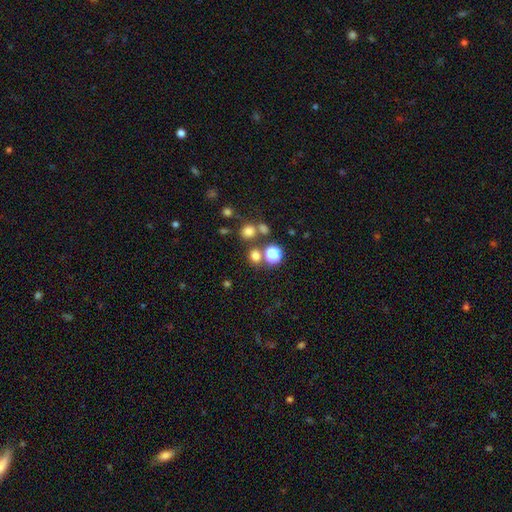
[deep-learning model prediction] smooth 69%, star or artifact 23%, featured or disk 7%. Down the decision tree: how rounded — round (82%); merging — none (70%).